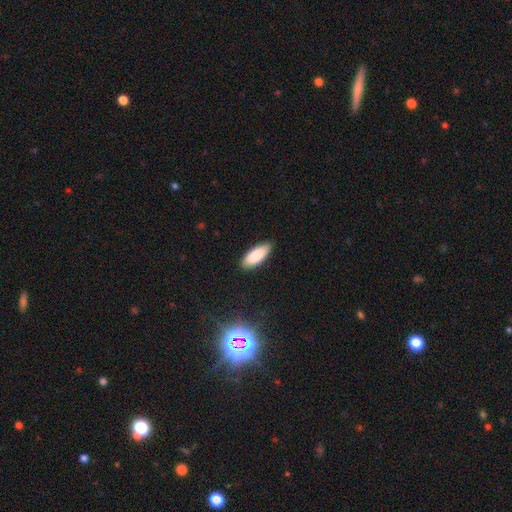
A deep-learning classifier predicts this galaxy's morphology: Smooth or featured: smooth — 87% (star or artifact — 6%)
How rounded: in between — 79% (cigar-shaped — 20%)
Merging: none — 87% (minor disturbance — 10%)